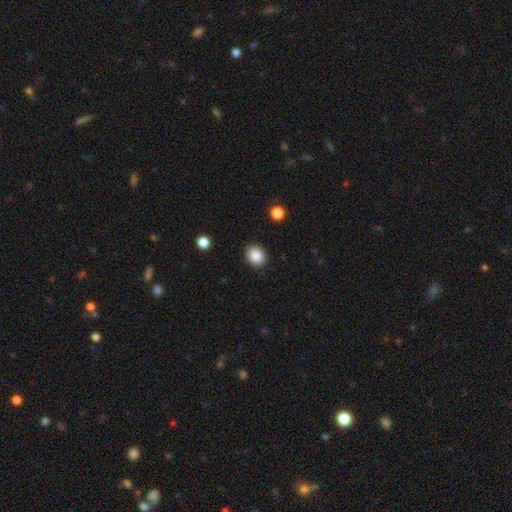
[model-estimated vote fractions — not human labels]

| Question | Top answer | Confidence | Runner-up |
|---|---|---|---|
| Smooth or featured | smooth | 87% | star or artifact (9%) |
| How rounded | round | 57% | in between (42%) |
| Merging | none | 89% | minor disturbance (8%) |